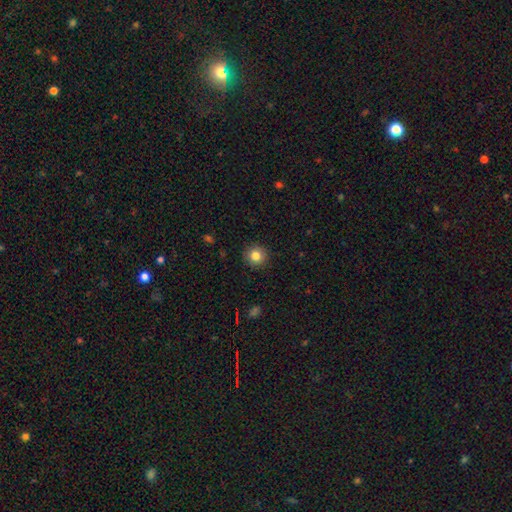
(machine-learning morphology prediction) smooth-or-featured: smooth: 83% | star or artifact: 10% | featured or disk: 6%
  how-rounded: round: 94% | in between: 6% | cigar-shaped: 1%
  merging: none: 92% | minor disturbance: 5% | major disturbance: 2% | merger: 1%